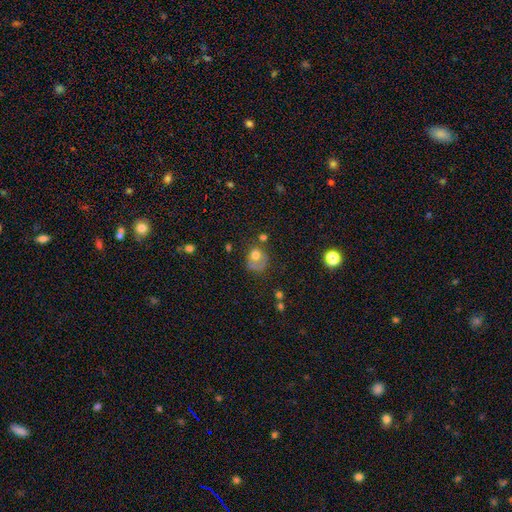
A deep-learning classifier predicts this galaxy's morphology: Smooth or featured?
  - smooth: 66% *
  - featured or disk: 22%
  - star or artifact: 11%
How rounded?
  - round: 65% *
  - in between: 34%
  - cigar-shaped: 1%
Merging?
  - none: 37% *
  - major disturbance: 26%
  - minor disturbance: 26%
  - merger: 11%